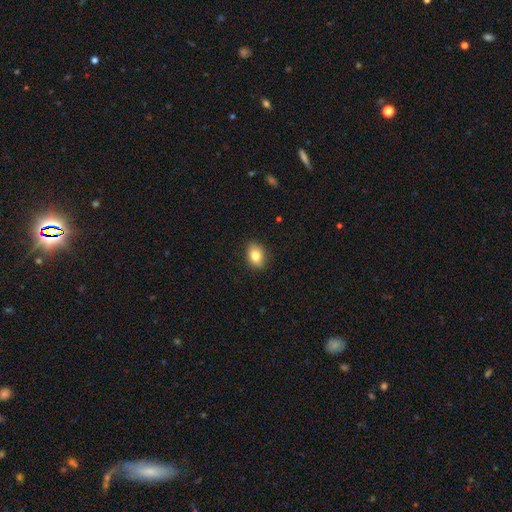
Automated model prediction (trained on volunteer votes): Smooth or featured?
  - smooth: 82% *
  - featured or disk: 10%
  - star or artifact: 9%
How rounded?
  - in between: 75% *
  - round: 24%
  - cigar-shaped: 1%
Merging?
  - none: 88% *
  - minor disturbance: 9%
  - major disturbance: 2%
  - merger: 1%